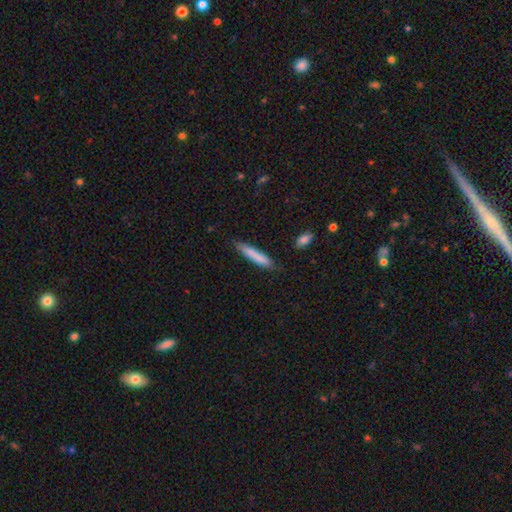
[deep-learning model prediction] A smooth galaxy with no disk features (79%) that is cigar-shaped (92%).

Vote fractions:
- Smooth or featured? smooth: 79% / featured or disk: 15% / star or artifact: 6%
- How rounded? cigar-shaped: 92% / in between: 6% / round: 1%
- Merging? none: 82% / minor disturbance: 13% / major disturbance: 2% / merger: 2%